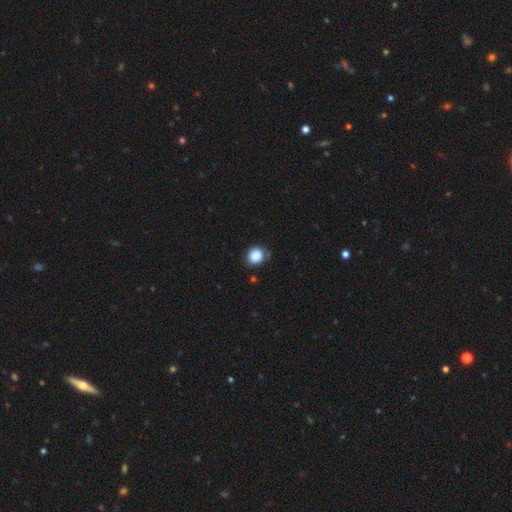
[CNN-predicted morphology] Smooth or featured? Predicted: smooth (p=0.87). How rounded? Predicted: round (p=0.77). Merging? Predicted: none (p=0.80).